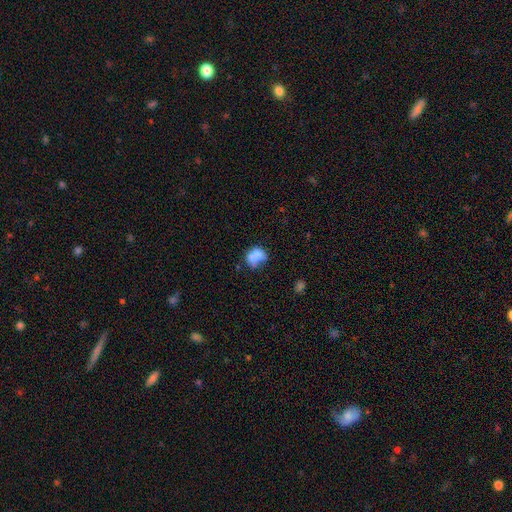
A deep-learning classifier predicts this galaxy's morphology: smooth-or-featured: smooth: 69% | featured or disk: 21% | star or artifact: 10%
  how-rounded: in between: 60% | round: 38% | cigar-shaped: 1%
  merging: none: 30% | merger: 28% | minor disturbance: 25% | major disturbance: 17%